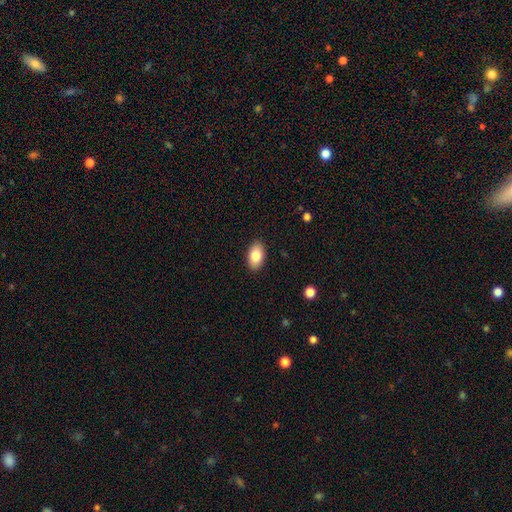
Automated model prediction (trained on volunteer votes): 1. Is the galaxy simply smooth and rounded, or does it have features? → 84% smooth, 10% featured or disk, 7% star or artifact.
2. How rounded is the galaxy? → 93% in between, 5% round, 1% cigar-shaped.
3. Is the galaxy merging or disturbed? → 89% none, 8% minor disturbance, 2% major disturbance, 1% merger.